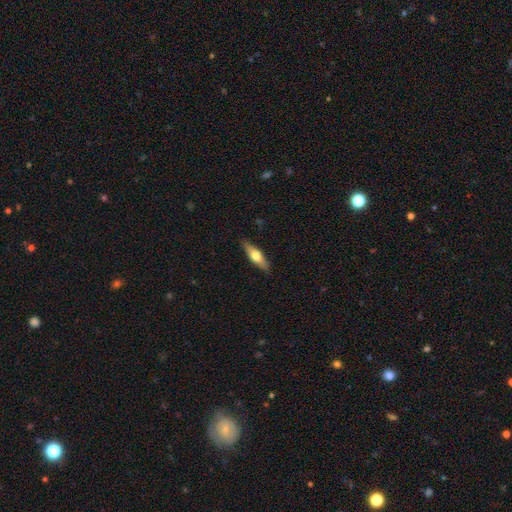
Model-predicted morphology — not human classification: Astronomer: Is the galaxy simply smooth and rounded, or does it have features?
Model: smooth — 51% (runner-up: featured or disk, 44%).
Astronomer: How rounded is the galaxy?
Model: cigar-shaped — 58% (runner-up: in between, 39%).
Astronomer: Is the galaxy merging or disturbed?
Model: none — 88%.